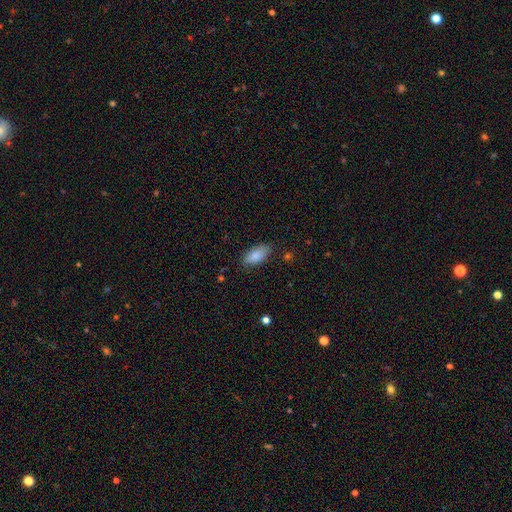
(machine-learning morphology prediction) Smooth or featured?
  - smooth: 86% *
  - featured or disk: 8%
  - star or artifact: 7%
How rounded?
  - in between: 88% *
  - cigar-shaped: 9%
  - round: 2%
Merging?
  - none: 81% *
  - minor disturbance: 15%
  - major disturbance: 3%
  - merger: 1%